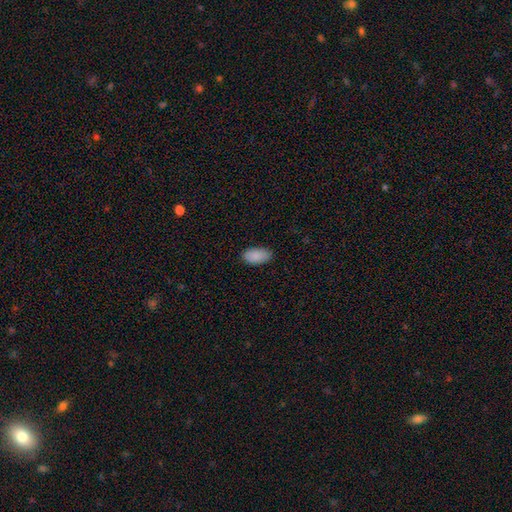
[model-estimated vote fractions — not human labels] Q: Smooth or featured?
A: smooth (89%); runner-up: star or artifact (7%)
Q: How rounded?
A: in between (94%); runner-up: round (4%)
Q: Merging?
A: none (83%); runner-up: minor disturbance (13%)